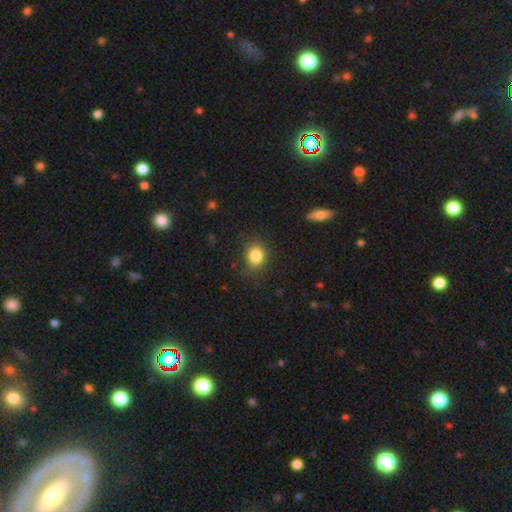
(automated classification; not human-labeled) Overall: smooth (84%). How rounded: round (61%; in between 38%). Merging: none (82%).